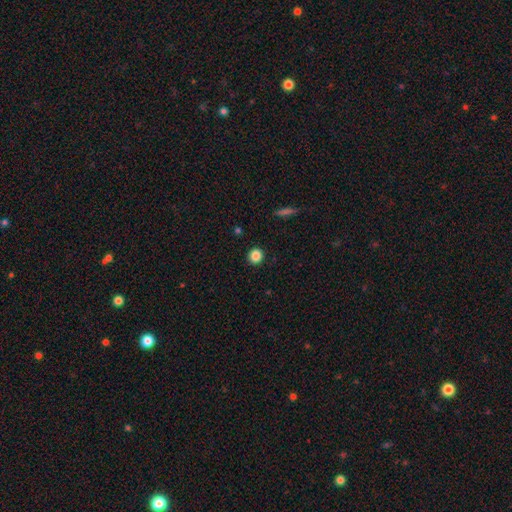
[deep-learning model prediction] A smooth galaxy with no disk features (87%) that is round (87%).

Vote fractions:
- Smooth or featured? smooth: 87% / star or artifact: 10% / featured or disk: 4%
- How rounded? round: 87% / in between: 12% / cigar-shaped: 1%
- Merging? none: 92% / minor disturbance: 6% / major disturbance: 2% / merger: 1%